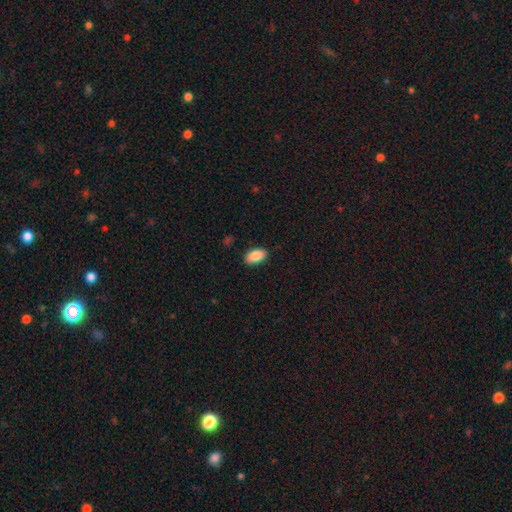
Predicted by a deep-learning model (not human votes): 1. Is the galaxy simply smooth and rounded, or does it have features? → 89% smooth, 7% star or artifact, 4% featured or disk.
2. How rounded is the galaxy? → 94% in between, 3% round, 3% cigar-shaped.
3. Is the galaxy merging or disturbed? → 88% none, 9% minor disturbance, 2% major disturbance, 1% merger.